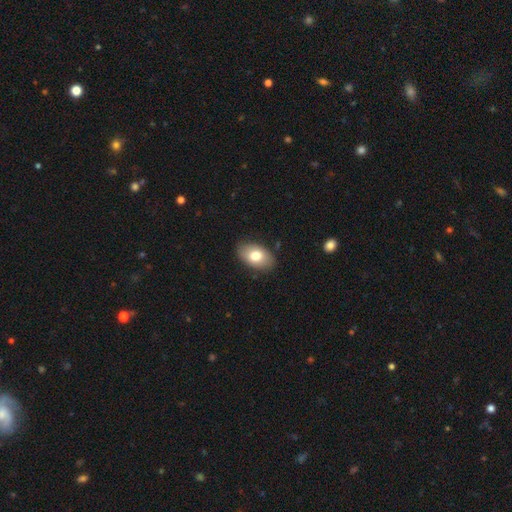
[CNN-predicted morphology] Smooth or featured? smooth (78%)
How rounded? in between (91%)
Merging? none (85%)